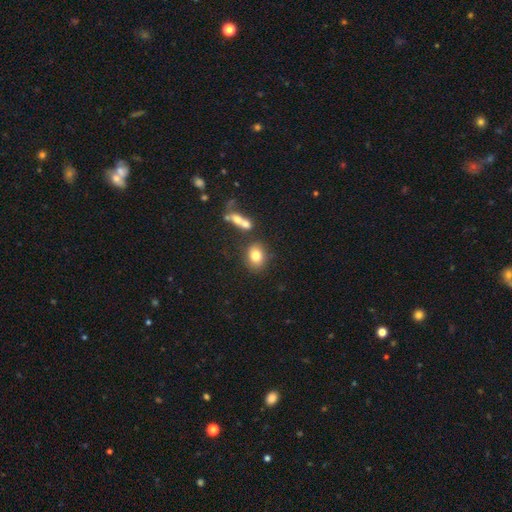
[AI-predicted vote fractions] smooth_or_featured: smooth (p=0.80) [alt: featured or disk p=0.11]
how_rounded: in between (p=0.59) [alt: round p=0.39]
merging: none (p=0.74) [alt: merger p=0.11]